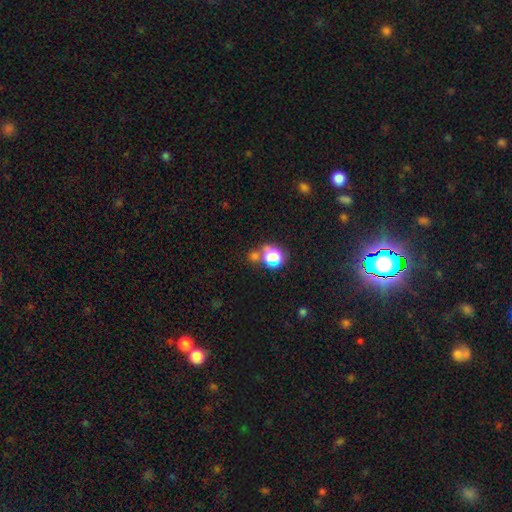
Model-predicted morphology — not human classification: This is possibly a smooth galaxy (51%). How rounded: clearly round (84%). Merging: likely none (64%).